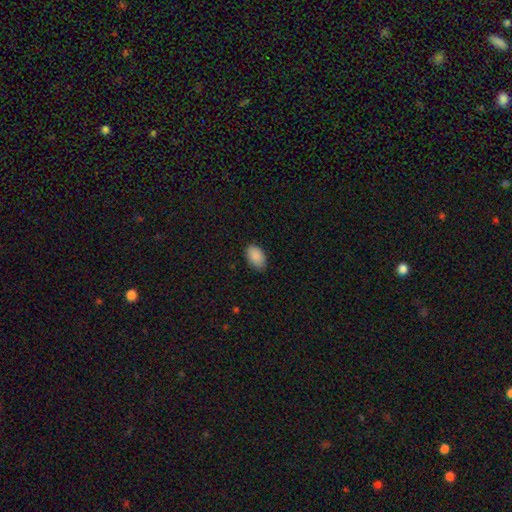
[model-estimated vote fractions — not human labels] Q: Smooth or featured?
A: smooth (90%); runner-up: star or artifact (7%)
Q: How rounded?
A: in between (93%); runner-up: round (6%)
Q: Merging?
A: none (81%); runner-up: minor disturbance (15%)